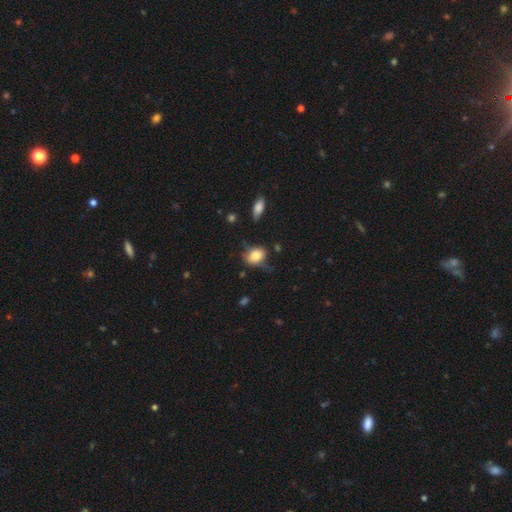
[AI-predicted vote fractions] A smooth galaxy with no disk features (78%) that is in between round and cigar-shaped (57%). Merging: none (54%).